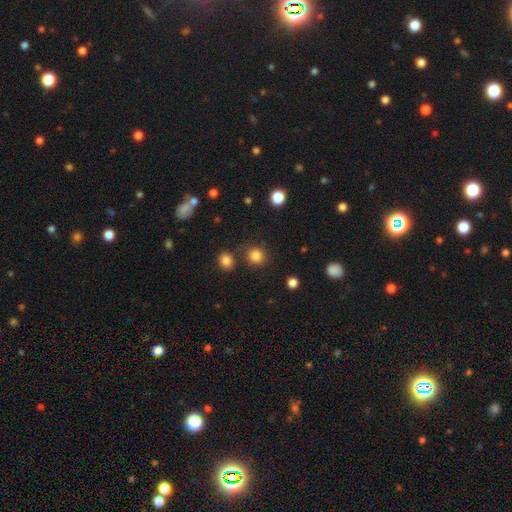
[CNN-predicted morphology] smooth 83%, star or artifact 12%, featured or disk 5%. Down the decision tree: how rounded — round (89%); merging — none (80%).